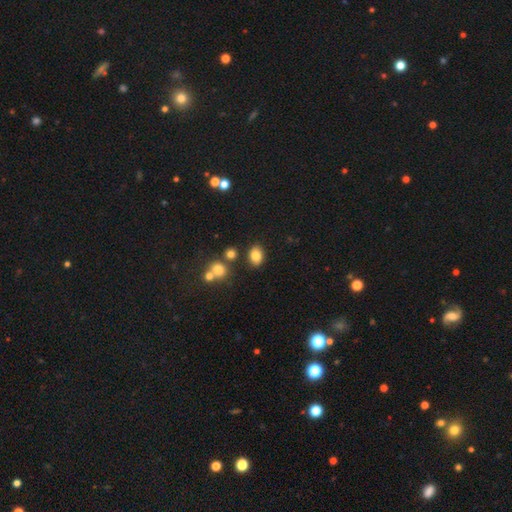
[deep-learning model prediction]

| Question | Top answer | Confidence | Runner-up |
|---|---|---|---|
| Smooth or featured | smooth | 83% | star or artifact (11%) |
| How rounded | in between | 68% | round (31%) |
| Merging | none | 81% | minor disturbance (10%) |